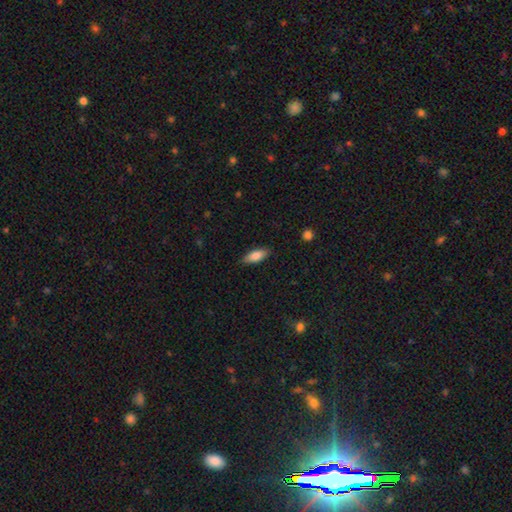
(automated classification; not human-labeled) This appears to be a smooth galaxy with no disk features (82%) that is in between round and cigar-shaped (75%). Merging: none (86%).